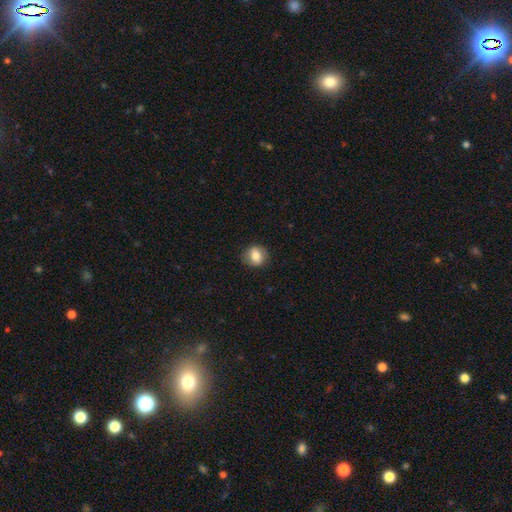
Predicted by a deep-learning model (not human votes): Smooth or featured?
  - smooth: 77% *
  - featured or disk: 14%
  - star or artifact: 8%
How rounded?
  - round: 68% *
  - in between: 31%
  - cigar-shaped: 1%
Merging?
  - none: 83% *
  - minor disturbance: 12%
  - major disturbance: 4%
  - merger: 1%